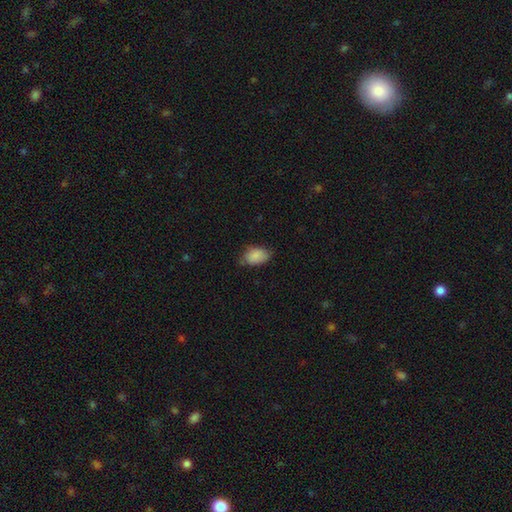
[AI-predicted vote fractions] Overall: smooth (87%). How rounded: in between (88%). Merging: none (62%; minor disturbance 31%).